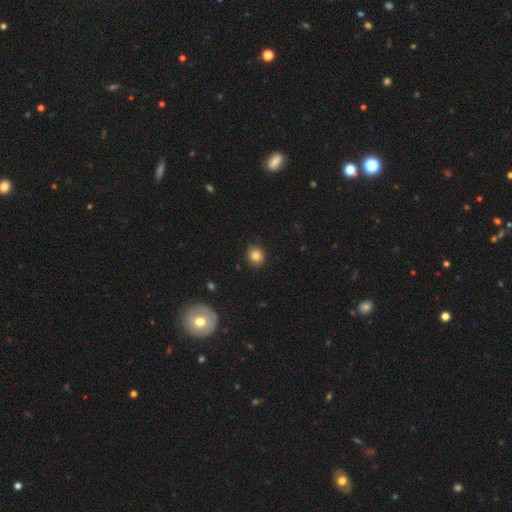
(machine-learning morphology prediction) The model was most divided on "how rounded": round: 81%, in between: 18%, cigar-shaped: 1%. More confident: merging — none (84%); smooth or featured — smooth (81%).